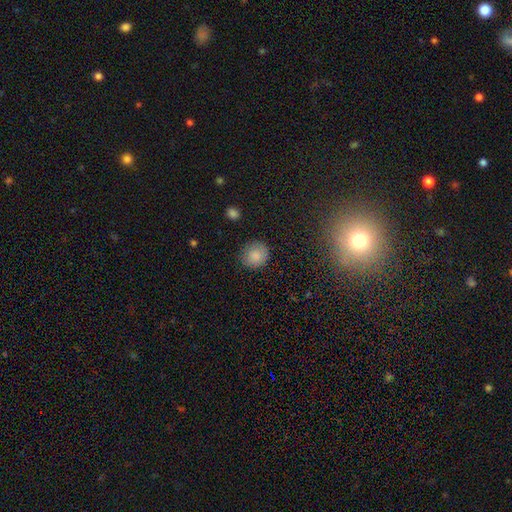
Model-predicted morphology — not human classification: smooth-or-featured: smooth: 85% | star or artifact: 9% | featured or disk: 6%
  how-rounded: round: 88% | in between: 11% | cigar-shaped: 1%
  merging: none: 84% | minor disturbance: 12% | major disturbance: 3% | merger: 1%